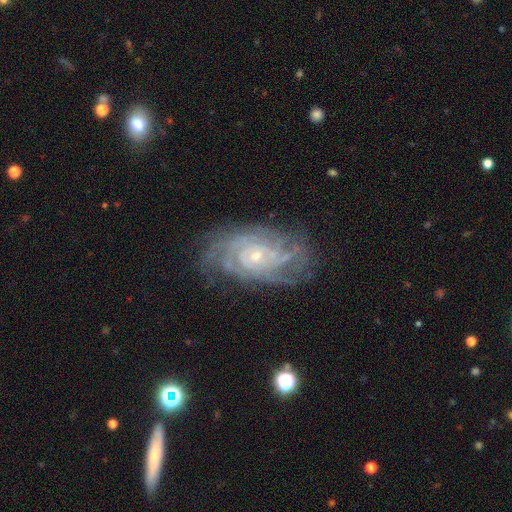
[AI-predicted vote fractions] smooth_or_featured: featured or disk (p=0.87) [alt: star or artifact p=0.07]
disk_edge_on: no (p=0.96) [alt: yes p=0.04]
bar: no (p=0.71) [alt: weak p=0.23]
has_spiral_arms: yes (p=0.97) [alt: no p=0.03]
spiral_winding: tight (p=0.72) [alt: medium p=0.24]
spiral_arm_count: can't tell (p=0.28) [alt: 4 p=0.23]
bulge_size: small (p=0.79) [alt: moderate p=0.17]
merging: none (p=0.76) [alt: minor disturbance p=0.17]